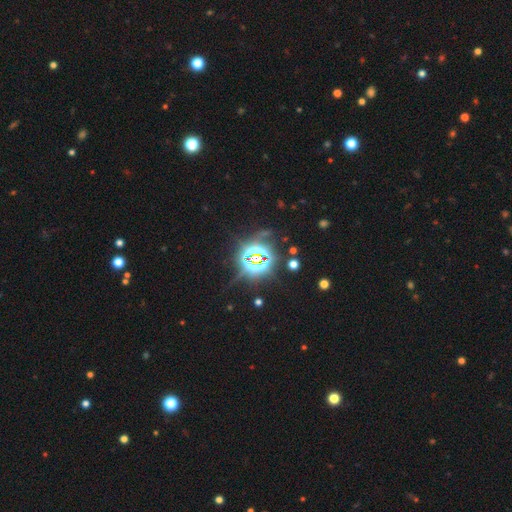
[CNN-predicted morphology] smooth-or-featured: star or artifact: 81% | smooth: 12% | featured or disk: 7%